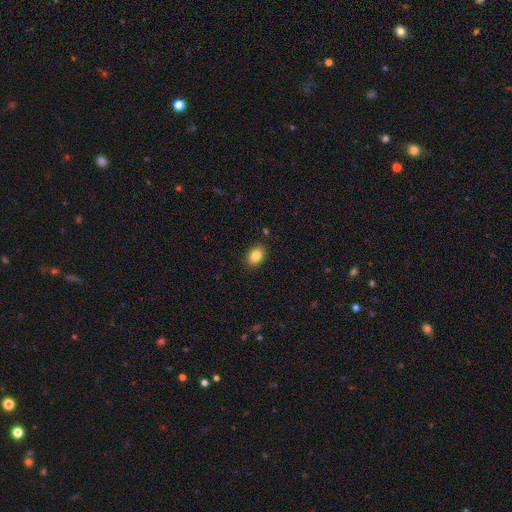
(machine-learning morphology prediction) A smooth galaxy with no disk features (85%) that is in between round and cigar-shaped (73%). Merging: none (87%).